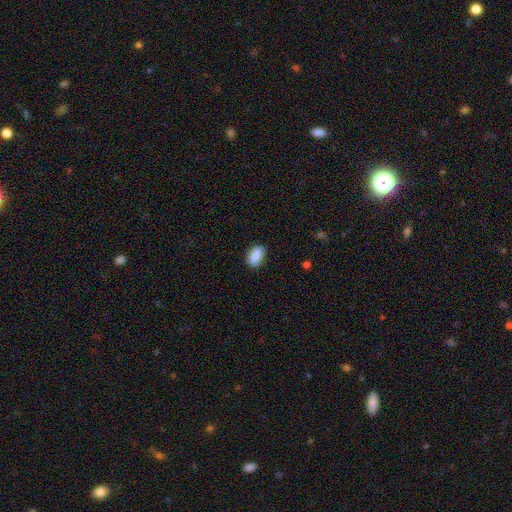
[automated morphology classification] A smooth galaxy with no disk features (88%) that is in between round and cigar-shaped (90%).

Vote fractions:
- Smooth or featured? smooth: 88% / star or artifact: 7% / featured or disk: 4%
- How rounded? in between: 90% / round: 7% / cigar-shaped: 3%
- Merging? none: 84% / minor disturbance: 13% / major disturbance: 2% / merger: 1%